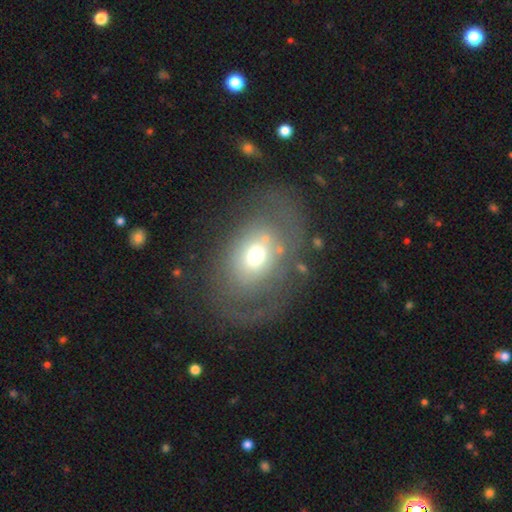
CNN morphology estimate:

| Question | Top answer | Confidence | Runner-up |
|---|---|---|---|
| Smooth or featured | featured or disk | 53% | smooth (38%) |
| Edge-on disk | no | 93% | yes (7%) |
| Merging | none | 61% | minor disturbance (18%) |